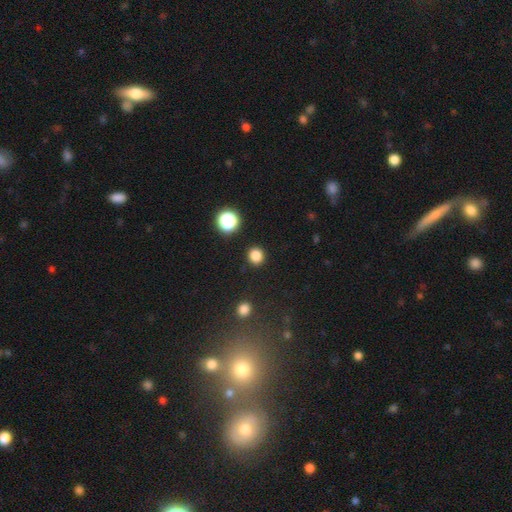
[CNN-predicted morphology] A smooth galaxy with no disk features (84%) that is round (87%). Merging: none (91%).